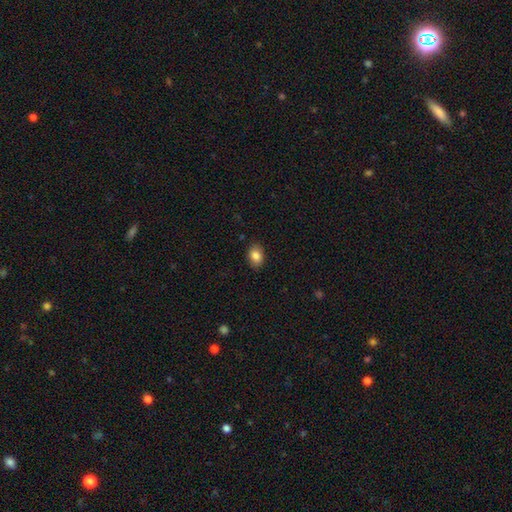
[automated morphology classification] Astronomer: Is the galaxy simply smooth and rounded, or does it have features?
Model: smooth — 85%.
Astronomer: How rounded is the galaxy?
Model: in between — 75%.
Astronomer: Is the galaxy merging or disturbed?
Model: none — 88%.